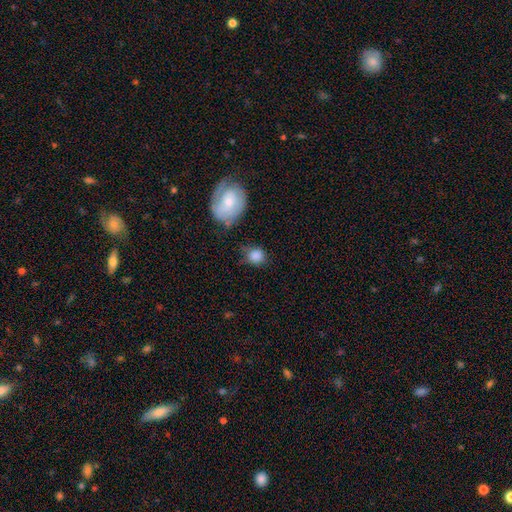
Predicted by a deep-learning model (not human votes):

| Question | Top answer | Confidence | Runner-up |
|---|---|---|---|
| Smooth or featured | smooth | 82% | featured or disk (10%) |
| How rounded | round | 72% | in between (27%) |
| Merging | none | 57% | minor disturbance (25%) |